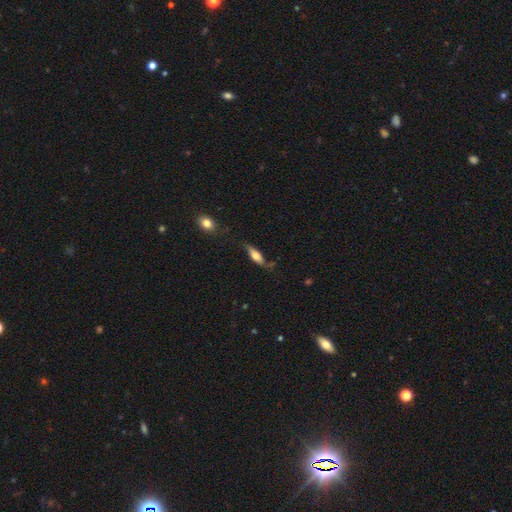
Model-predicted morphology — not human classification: Q: Smooth or featured?
A: smooth (55%); runner-up: featured or disk (38%)
Q: How rounded?
A: in between (53%); runner-up: cigar-shaped (43%)
Q: Merging?
A: none (58%); runner-up: minor disturbance (27%)